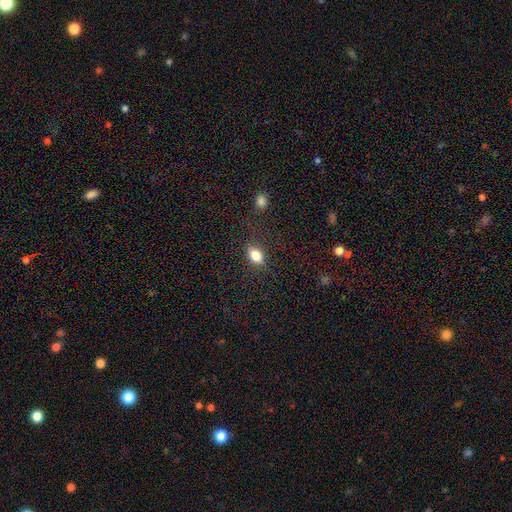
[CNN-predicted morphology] Q: Smooth or featured?
A: smooth (81%); runner-up: star or artifact (10%)
Q: How rounded?
A: in between (77%); runner-up: round (20%)
Q: Merging?
A: none (81%); runner-up: minor disturbance (13%)